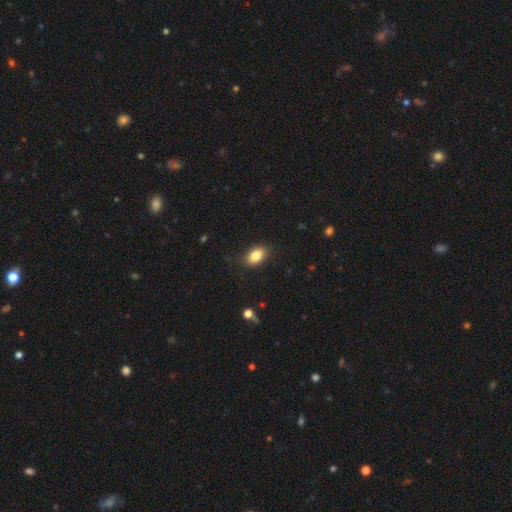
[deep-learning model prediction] Smooth or featured? Predicted: smooth (p=0.84). How rounded? Predicted: in between (p=0.86). Merging? Predicted: none (p=0.87).